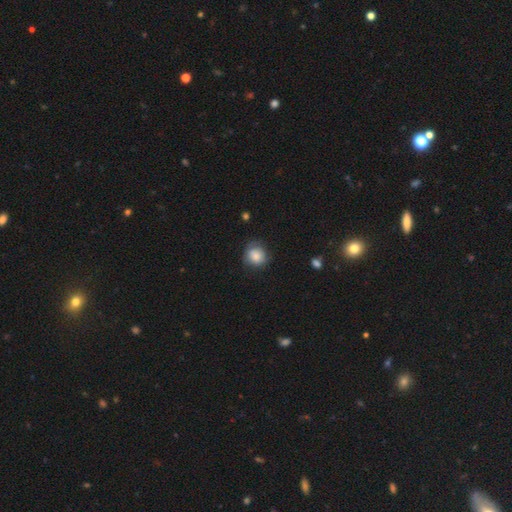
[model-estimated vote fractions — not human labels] Q: Smooth or featured?
A: smooth (83%); runner-up: featured or disk (8%)
Q: How rounded?
A: round (80%); runner-up: in between (20%)
Q: Merging?
A: none (67%); runner-up: minor disturbance (24%)